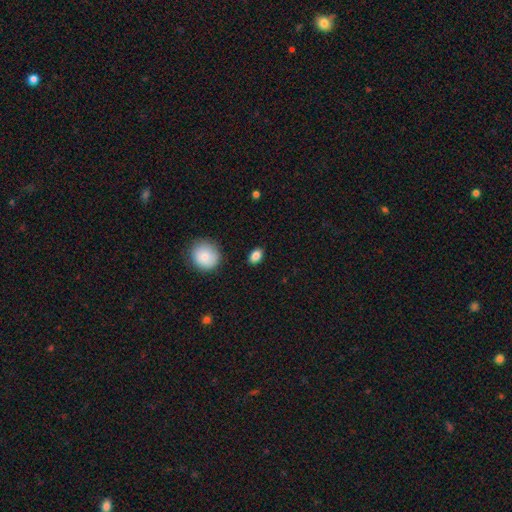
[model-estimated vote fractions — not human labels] Overall: smooth (87%). How rounded: in between (81%). Merging: none (87%).